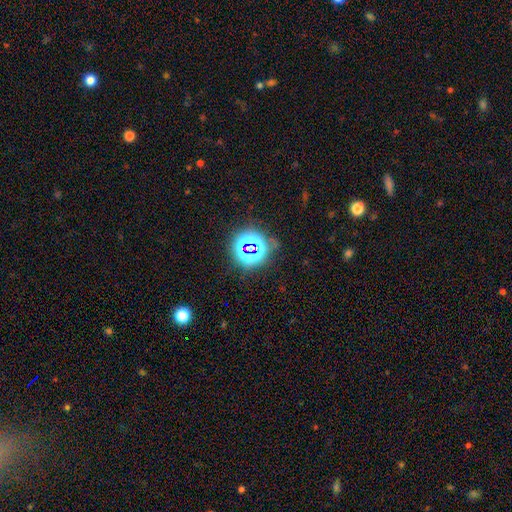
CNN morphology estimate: This appears to be a star or artifact, not a galaxy (74%).